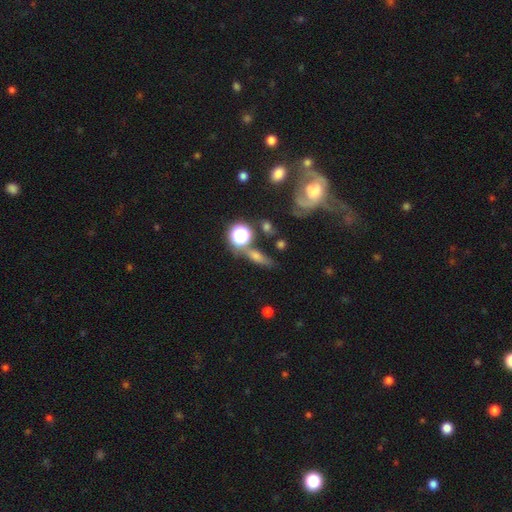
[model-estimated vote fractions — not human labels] smooth-or-featured: smooth: 46% | featured or disk: 30% | star or artifact: 24%
  merging: none: 63% | minor disturbance: 15% | merger: 13% | major disturbance: 8%